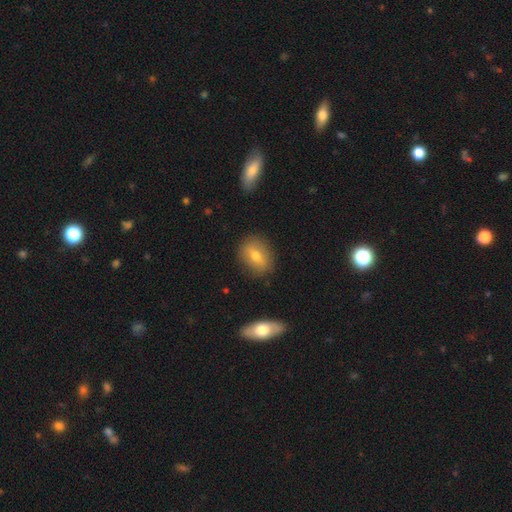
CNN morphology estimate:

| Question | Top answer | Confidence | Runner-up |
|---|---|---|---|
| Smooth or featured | smooth | 63% | featured or disk (28%) |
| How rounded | in between | 60% | round (37%) |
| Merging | none | 83% | minor disturbance (12%) |